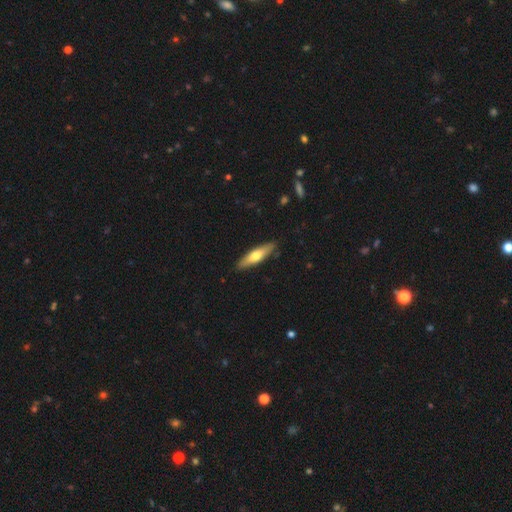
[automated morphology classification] A smooth galaxy with no disk features (57%) that is cigar-shaped (72%).

Vote fractions:
- Smooth or featured? smooth: 57% / featured or disk: 38% / star or artifact: 5%
- How rounded? cigar-shaped: 72% / in between: 27% / round: 2%
- Merging? none: 88% / minor disturbance: 9% / major disturbance: 2% / merger: 1%